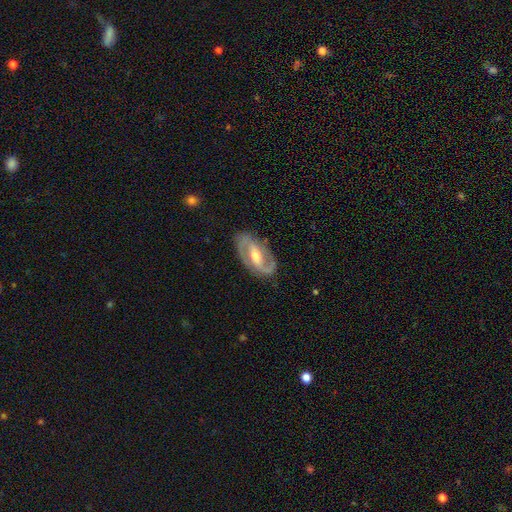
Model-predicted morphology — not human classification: Smooth or featured: featured or disk — 87% (smooth — 8%)
Edge-on disk: no — 96% (yes — 4%)
Bar: strong — 41% (tied with weak — 41%)
Spiral arms: yes — 94% (no — 6%)
Spiral winding: medium — 51% (tight — 28%)
Spiral arm count: 2 — 91% (can't tell — 4%)
Bulge size: moderate — 64% (small — 29%)
Merging: none — 84% (minor disturbance — 11%)